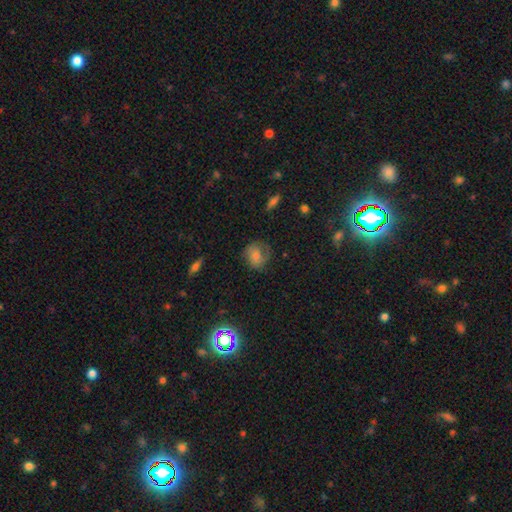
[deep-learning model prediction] Smooth or featured: smooth — 50% (featured or disk — 30%)
How rounded: round — 71% (in between — 27%)
Merging: none — 67% (minor disturbance — 21%)